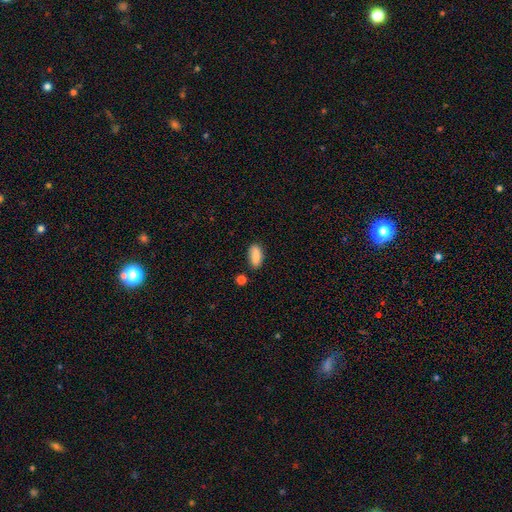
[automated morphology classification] Smooth or featured?
  - smooth: 87% *
  - star or artifact: 8%
  - featured or disk: 6%
How rounded?
  - in between: 87% *
  - cigar-shaped: 10%
  - round: 3%
Merging?
  - none: 75% *
  - minor disturbance: 17%
  - merger: 5%
  - major disturbance: 3%